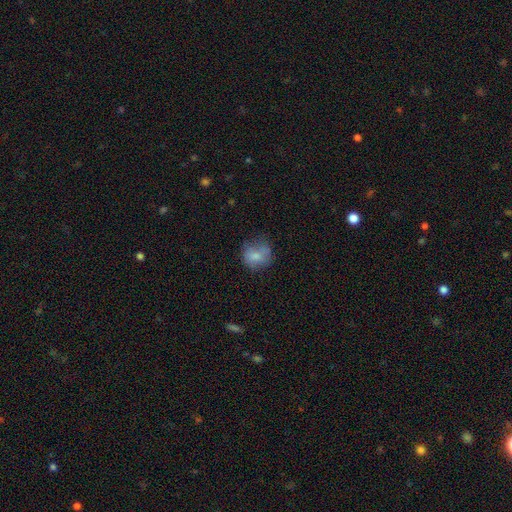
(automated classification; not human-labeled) Q: Smooth or featured?
A: smooth (76%); runner-up: featured or disk (15%)
Q: How rounded?
A: round (70%); runner-up: in between (29%)
Q: Merging?
A: none (57%); runner-up: minor disturbance (28%)